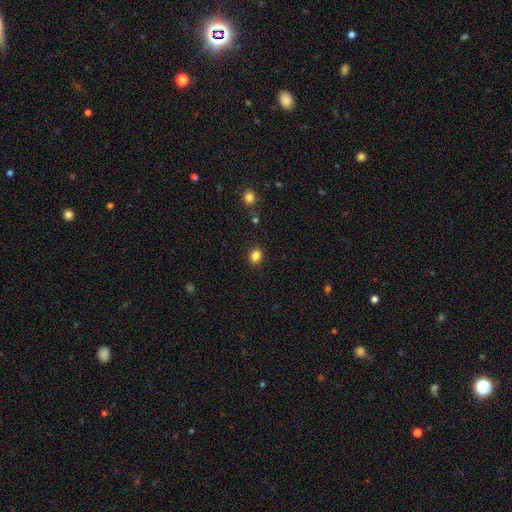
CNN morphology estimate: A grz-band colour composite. It shows a smooth galaxy with no disk features (84%) that is round (64%). Merging: none (89%).